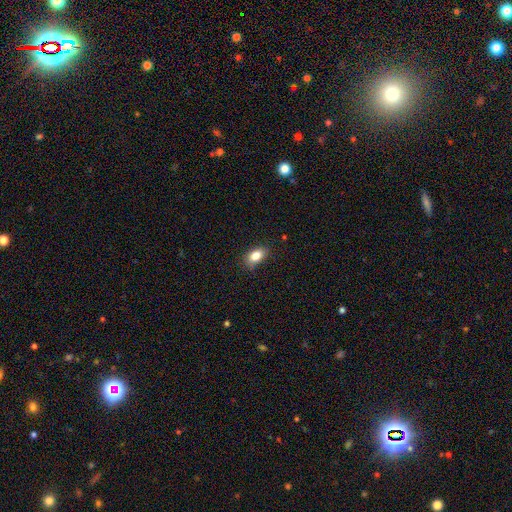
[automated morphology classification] Smooth or featured?
  - smooth: 84% *
  - star or artifact: 9%
  - featured or disk: 8%
How rounded?
  - in between: 86% *
  - round: 11%
  - cigar-shaped: 3%
Merging?
  - none: 78% *
  - minor disturbance: 17%
  - major disturbance: 3%
  - merger: 1%